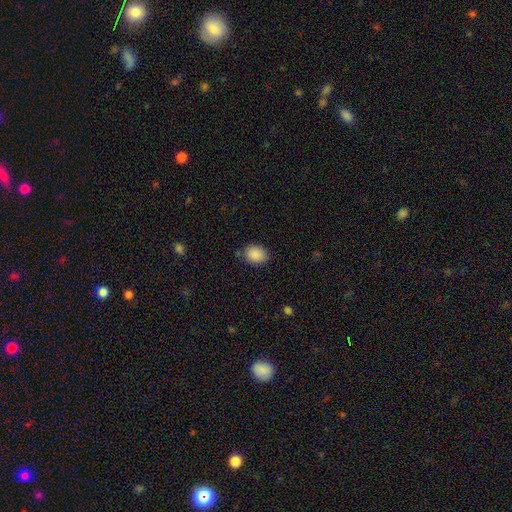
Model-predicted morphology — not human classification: smooth-or-featured: smooth: 89% | star or artifact: 8% | featured or disk: 3%
  how-rounded: in between: 60% | round: 39% | cigar-shaped: 1%
  merging: none: 80% | minor disturbance: 14% | major disturbance: 3% | merger: 2%